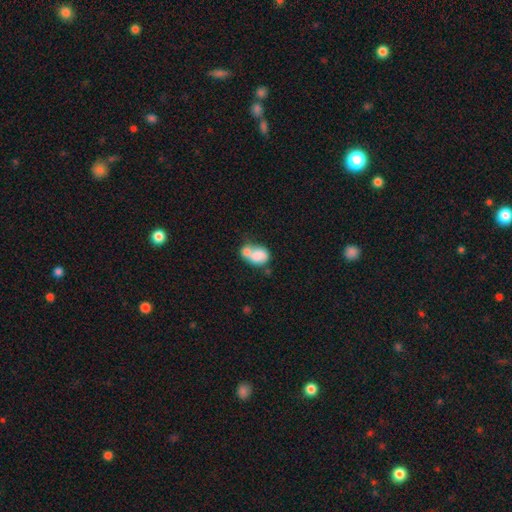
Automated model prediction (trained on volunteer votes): Overall: smooth (76%). How rounded: in between (67%; round 32%). Merging: merger (65%).